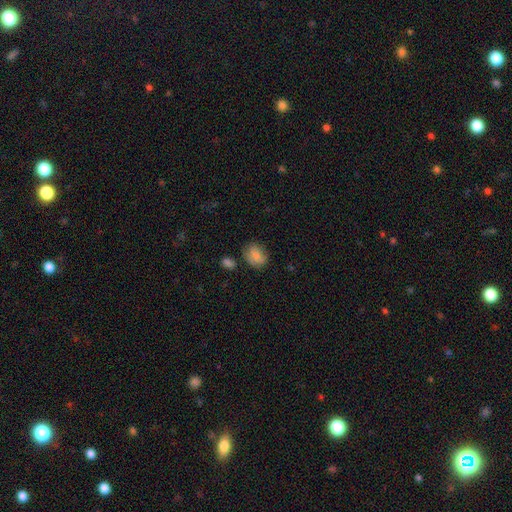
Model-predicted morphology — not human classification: smooth-or-featured: smooth: 81% | featured or disk: 11% | star or artifact: 8%
  how-rounded: in between: 67% | round: 32% | cigar-shaped: 1%
  merging: none: 67% | minor disturbance: 22% | major disturbance: 6% | merger: 5%